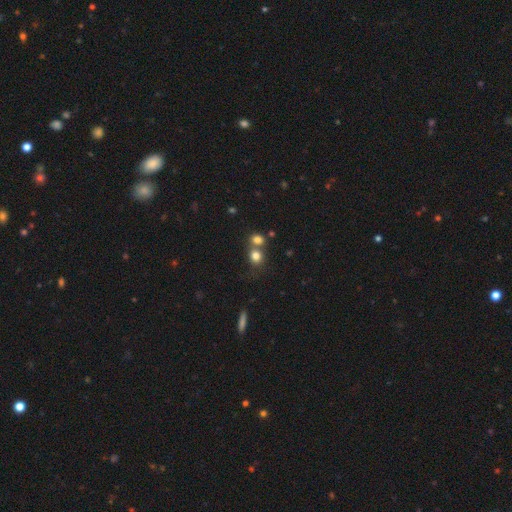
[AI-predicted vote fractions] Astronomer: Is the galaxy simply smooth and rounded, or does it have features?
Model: smooth — 79%.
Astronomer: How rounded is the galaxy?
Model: round — 76%.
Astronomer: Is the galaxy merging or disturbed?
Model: merger — 45% (runner-up: none, 44%).